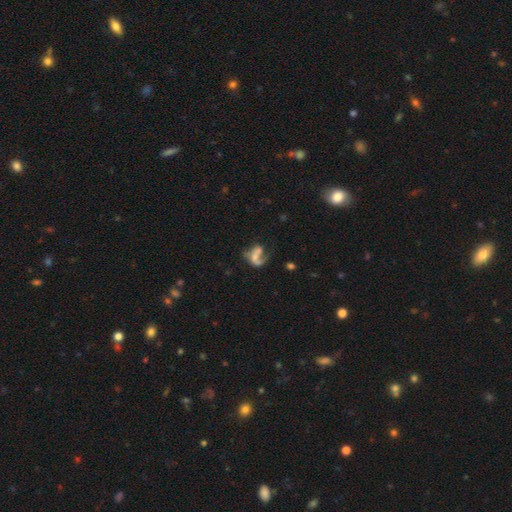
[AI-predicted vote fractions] Overall: featured or disk (53%; smooth 34%). Edge-on disk: no (97%). Bar: no (67%). Spiral arms: yes (53%; no 47%). Bulge size: none (48%; small 28%). Merging: major disturbance (37%; none 26%).